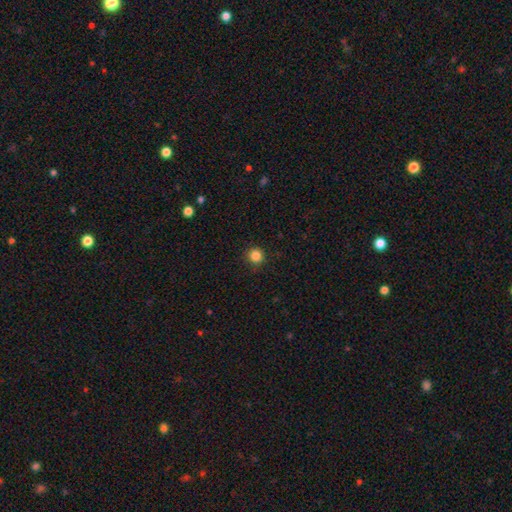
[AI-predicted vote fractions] Smooth or featured?
  - smooth: 85% *
  - star or artifact: 11%
  - featured or disk: 4%
How rounded?
  - round: 95% *
  - in between: 5%
  - cigar-shaped: 1%
Merging?
  - none: 90% *
  - minor disturbance: 7%
  - major disturbance: 2%
  - merger: 1%